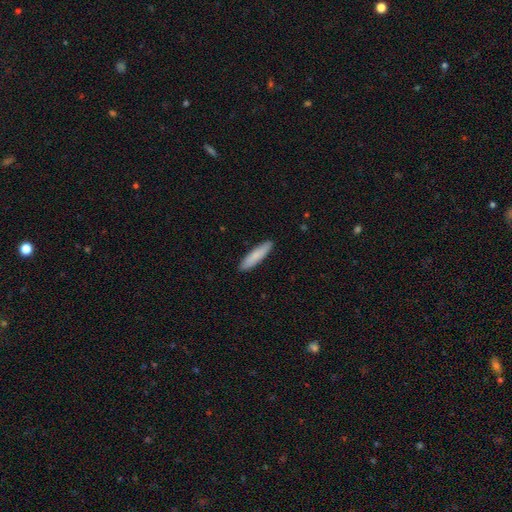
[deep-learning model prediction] Smooth or featured? smooth (83%)
How rounded? cigar-shaped (82%)
Merging? none (91%)